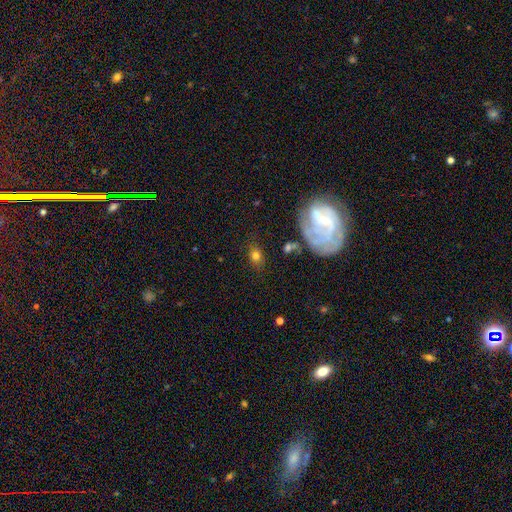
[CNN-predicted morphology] A smooth galaxy with no disk features (67%) that is round (53%). Merging: none (71%).